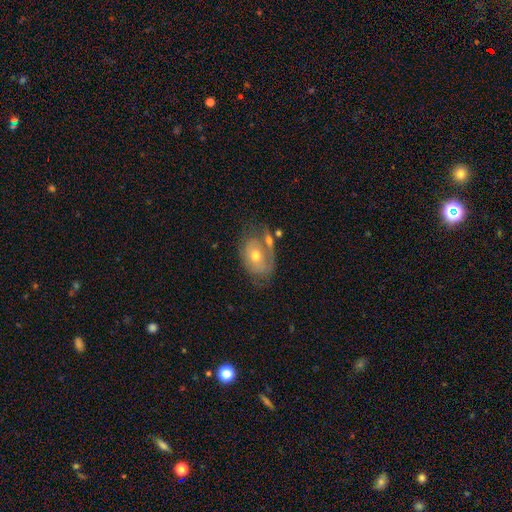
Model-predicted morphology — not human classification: This appears to be a featured or disk galaxy (52%). Merging: none (42%).